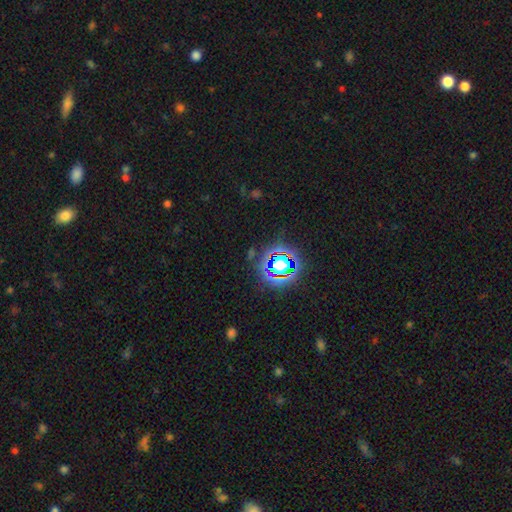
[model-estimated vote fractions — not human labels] A star or artifact, not a galaxy (78%).

Vote fractions:
- Smooth or featured? star or artifact: 78% / smooth: 14% / featured or disk: 8%